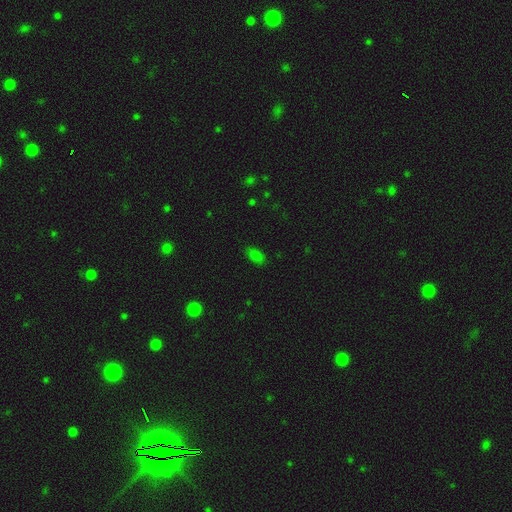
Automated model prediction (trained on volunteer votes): Smooth or featured?
  - smooth: 79% *
  - star or artifact: 16%
  - featured or disk: 5%
How rounded?
  - in between: 90% *
  - cigar-shaped: 5%
  - round: 5%
Merging?
  - none: 83% *
  - minor disturbance: 13%
  - major disturbance: 3%
  - merger: 1%